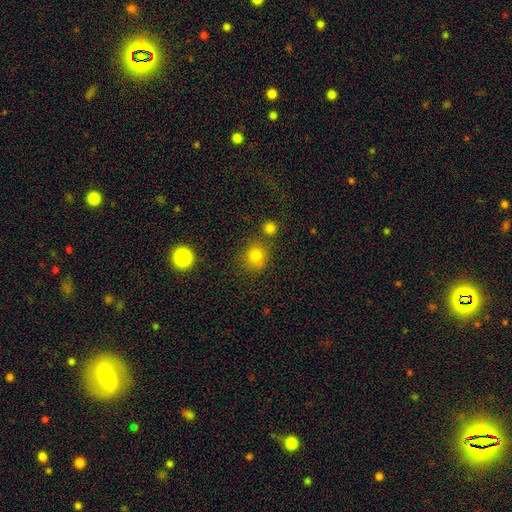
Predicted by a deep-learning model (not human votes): smooth-or-featured: smooth: 79% | star or artifact: 14% | featured or disk: 6%
  how-rounded: round: 88% | in between: 11% | cigar-shaped: 1%
  merging: none: 71% | merger: 14% | minor disturbance: 11% | major disturbance: 4%